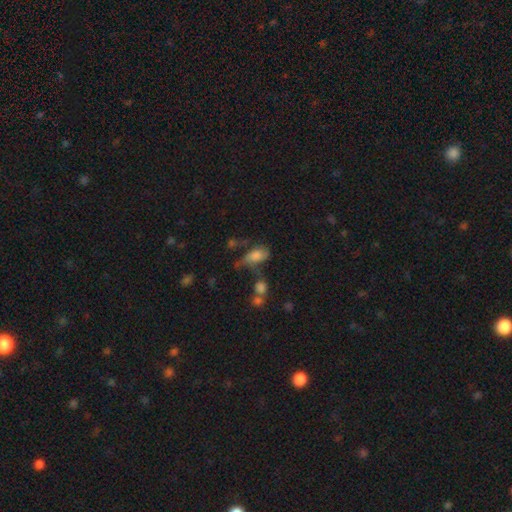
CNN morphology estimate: Q: Smooth or featured?
A: smooth (64%); runner-up: featured or disk (23%)
Q: How rounded?
A: in between (85%); runner-up: round (10%)
Q: Merging?
A: major disturbance (33%); runner-up: none (28%)